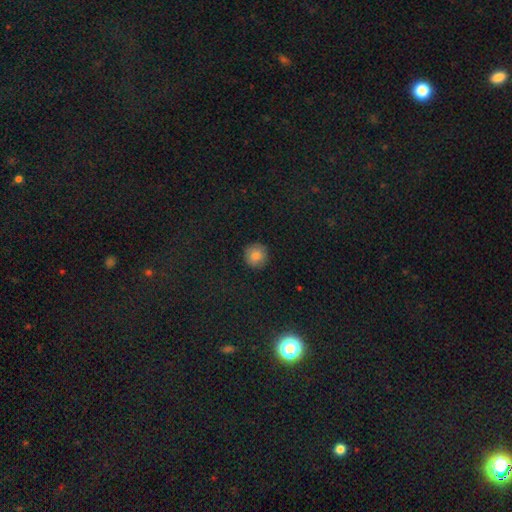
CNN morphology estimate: Smooth or featured? Predicted: smooth (p=0.81). How rounded? Predicted: round (p=0.95). Merging? Predicted: none (p=0.89).